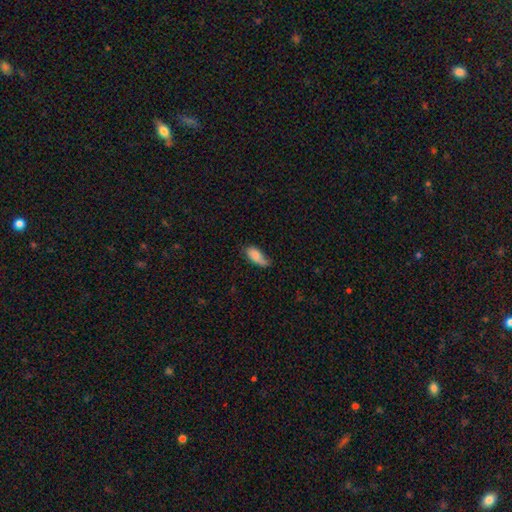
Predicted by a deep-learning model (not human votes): Smooth or featured? smooth (81%)
How rounded? in between (86%)
Merging? none (44%)